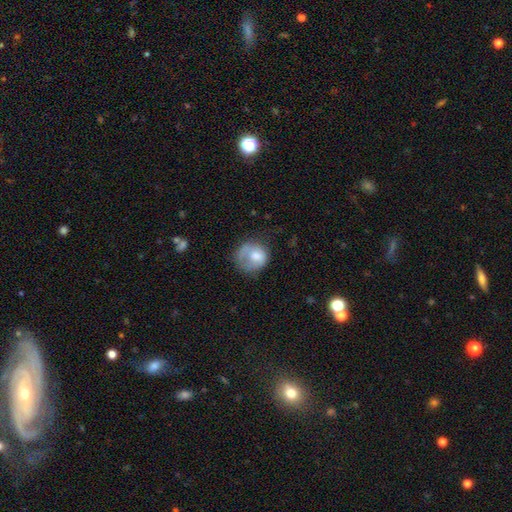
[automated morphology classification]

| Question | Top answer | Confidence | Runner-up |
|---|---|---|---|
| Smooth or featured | smooth | 68% | featured or disk (24%) |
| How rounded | round | 71% | in between (28%) |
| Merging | none | 39% | major disturbance (30%) |